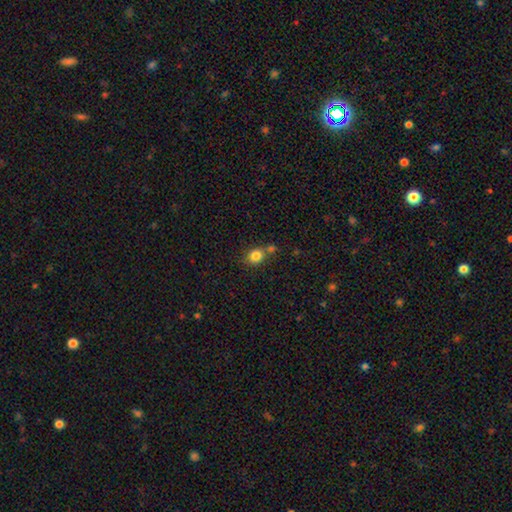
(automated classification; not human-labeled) Smooth or featured? smooth (83%)
How rounded? round (69%)
Merging? none (56%)